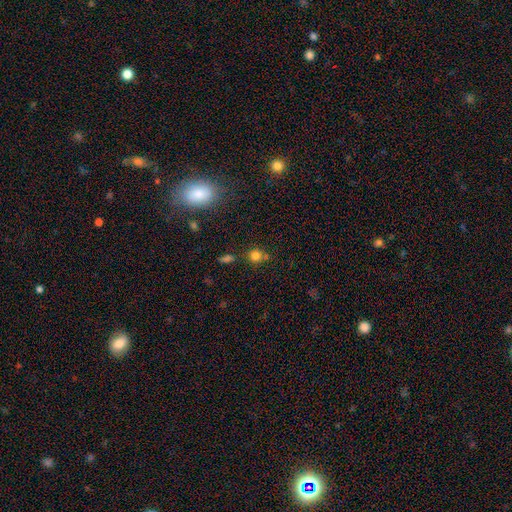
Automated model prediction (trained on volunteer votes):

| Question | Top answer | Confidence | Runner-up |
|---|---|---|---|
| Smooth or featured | smooth | 77% | star or artifact (16%) |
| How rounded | round | 85% | in between (14%) |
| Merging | none | 71% | merger (13%) |